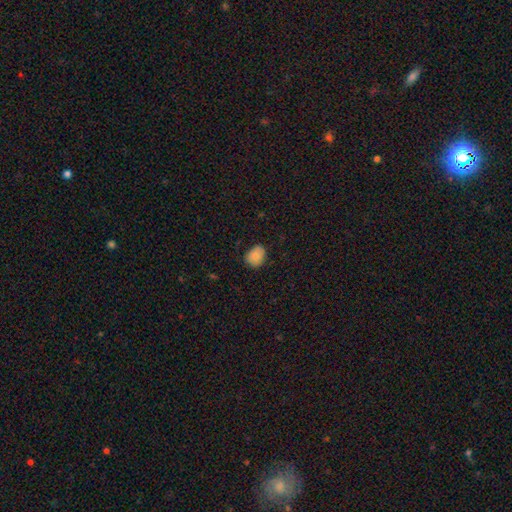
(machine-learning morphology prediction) Q: Smooth or featured?
A: smooth (84%); runner-up: star or artifact (8%)
Q: How rounded?
A: in between (55%); runner-up: round (44%)
Q: Merging?
A: none (75%); runner-up: minor disturbance (21%)